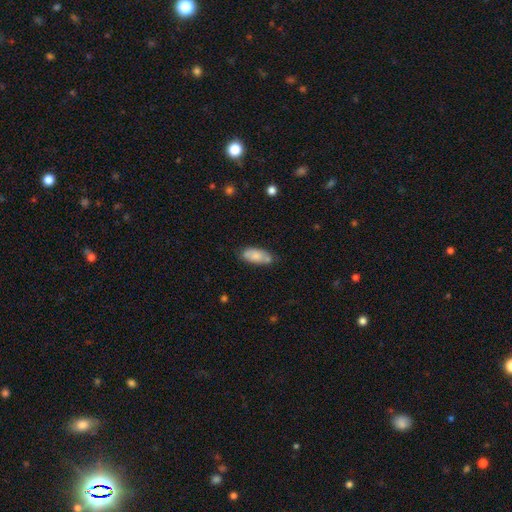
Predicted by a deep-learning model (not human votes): A smooth galaxy with no disk features (76%) that is in between round and cigar-shaped (86%). Merging: none (61%).